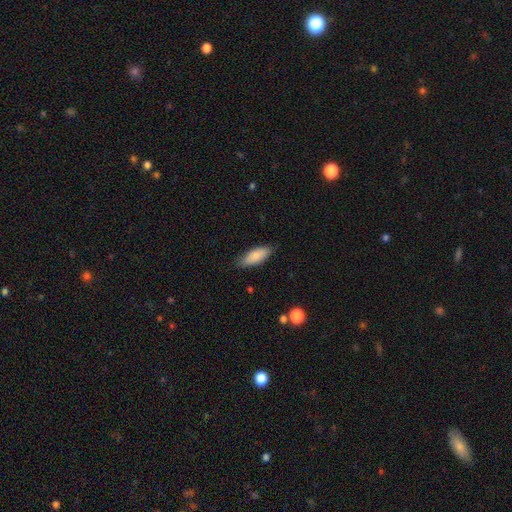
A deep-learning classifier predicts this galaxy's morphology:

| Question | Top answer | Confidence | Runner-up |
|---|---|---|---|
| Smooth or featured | smooth | 85% | featured or disk (9%) |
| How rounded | in between | 76% | cigar-shaped (22%) |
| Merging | none | 80% | minor disturbance (16%) |